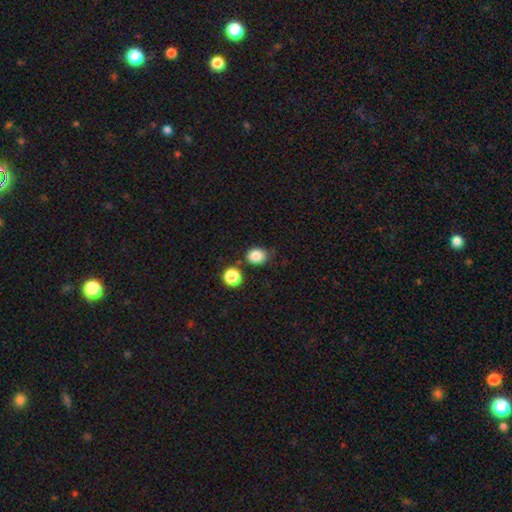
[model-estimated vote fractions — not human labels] smooth 85%, star or artifact 11%, featured or disk 5%. Down the decision tree: how rounded — round (65%); merging — none (78%).